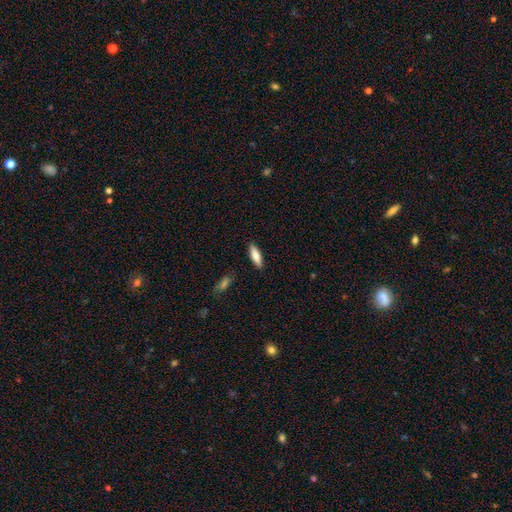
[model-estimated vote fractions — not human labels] Smooth or featured: smooth — 77% (featured or disk — 17%)
How rounded: in between — 55% (cigar-shaped — 43%)
Merging: none — 88% (minor disturbance — 9%)